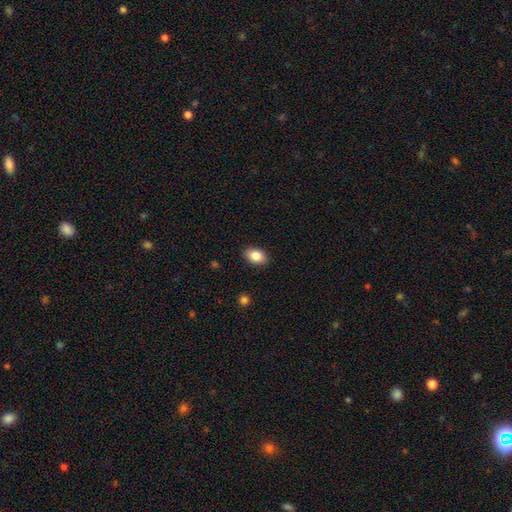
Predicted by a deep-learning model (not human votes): Morphology: type=smooth (85%); roundness=in between (84%); merging=none (89%).